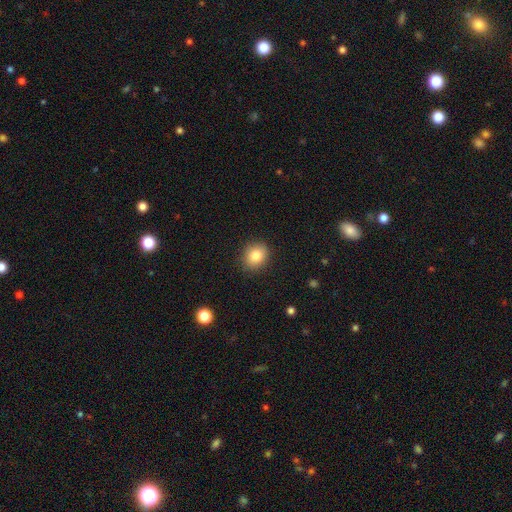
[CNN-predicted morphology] smooth-or-featured: smooth: 83% | star or artifact: 10% | featured or disk: 7%
  how-rounded: round: 70% | in between: 29% | cigar-shaped: 1%
  merging: none: 88% | minor disturbance: 9% | major disturbance: 2% | merger: 1%